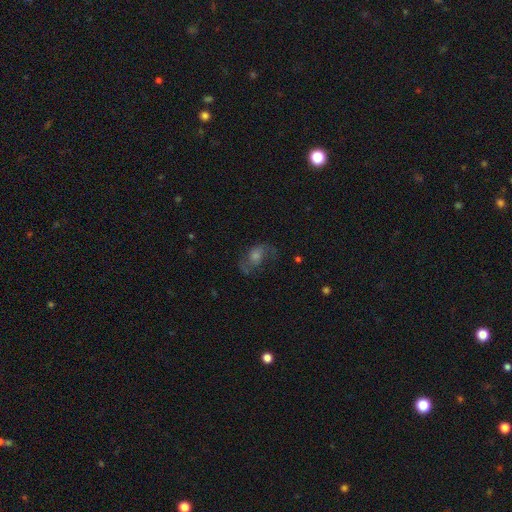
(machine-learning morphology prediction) The model was most divided on "bulge size": moderate: 43%, small: 29%, large: 15%, none: 9%, dominant: 3%. More confident: edge-on disk — no (95%); spiral arms — yes (81%); bar — no (68%); merging — none (62%); smooth or featured — featured or disk (54%).